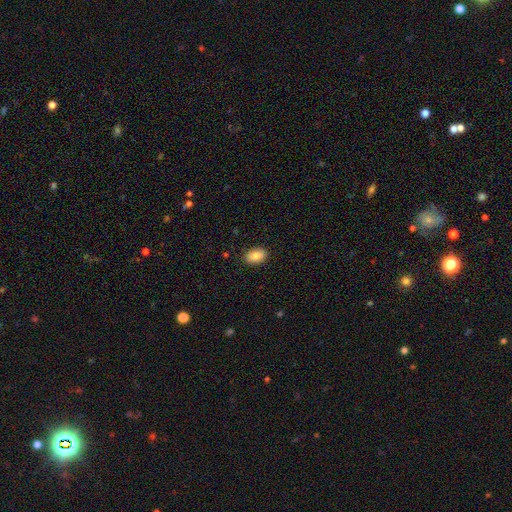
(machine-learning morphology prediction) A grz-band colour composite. It shows a smooth galaxy with no disk features (85%) that is in between round and cigar-shaped (88%). Merging: none (88%).